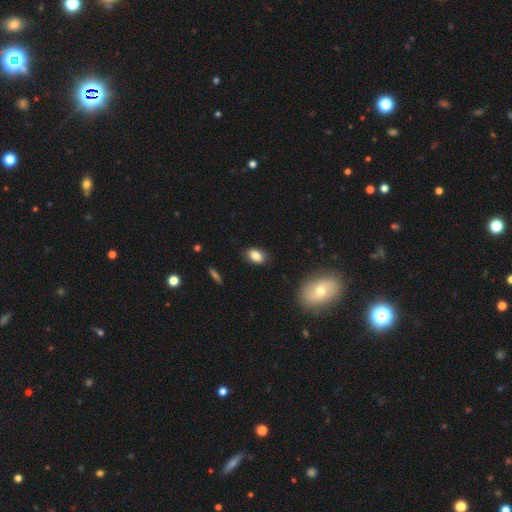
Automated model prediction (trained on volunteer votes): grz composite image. It shows a smooth galaxy with no disk features (83%) that is in between round and cigar-shaped (81%). Merging: none (80%).